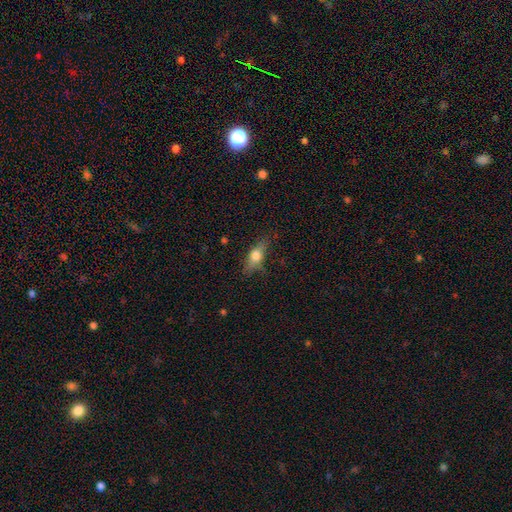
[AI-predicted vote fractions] Q: Smooth or featured?
A: smooth (68%); runner-up: featured or disk (23%)
Q: How rounded?
A: in between (67%); runner-up: cigar-shaped (26%)
Q: Merging?
A: none (73%); runner-up: minor disturbance (20%)